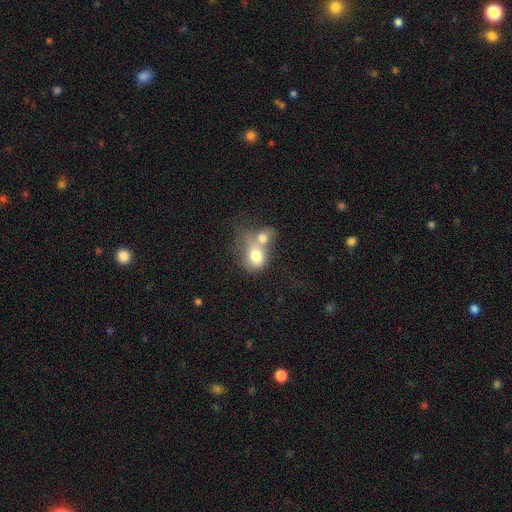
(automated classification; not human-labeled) Q: Smooth or featured?
A: smooth (74%); runner-up: featured or disk (18%)
Q: How rounded?
A: in between (54%); runner-up: round (45%)
Q: Merging?
A: merger (71%); runner-up: none (15%)